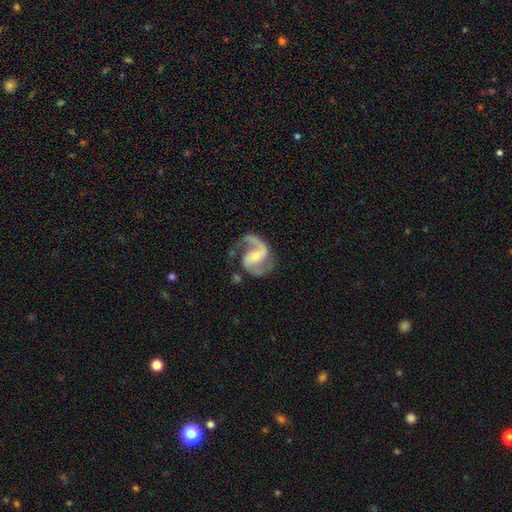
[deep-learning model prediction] This appears to be a featured or disk galaxy (91%) with a weak bar (44%), 2 (86%) medium (57%) spiral arms (98%) and a small central bulge (49%). Merging: none (68%).